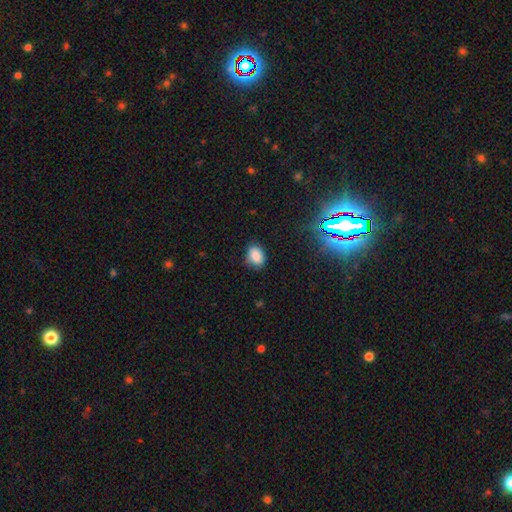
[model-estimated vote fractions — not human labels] smooth_or_featured: smooth (p=0.84) [alt: star or artifact p=0.11]
how_rounded: in between (p=0.73) [alt: round p=0.26]
merging: none (p=0.75) [alt: minor disturbance p=0.20]